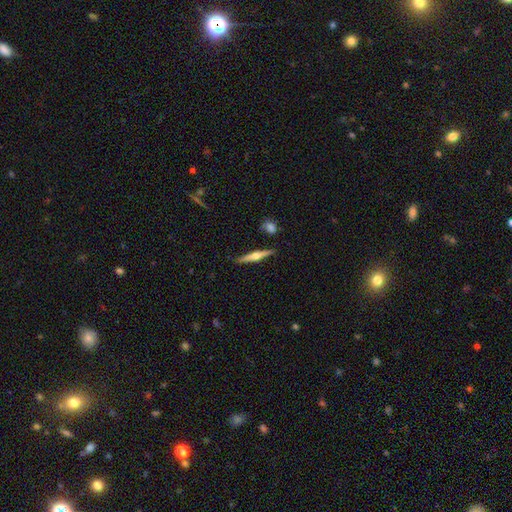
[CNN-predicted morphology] Smooth or featured?
  - featured or disk: 67% *
  - smooth: 28%
  - star or artifact: 5%
Edge-on disk?
  - yes: 97% *
  - no: 3%
Edge-on bulge?
  - rounded: 92% *
  - none: 4%
  - boxy: 4%
Merging?
  - none: 85% *
  - minor disturbance: 10%
  - merger: 3%
  - major disturbance: 2%